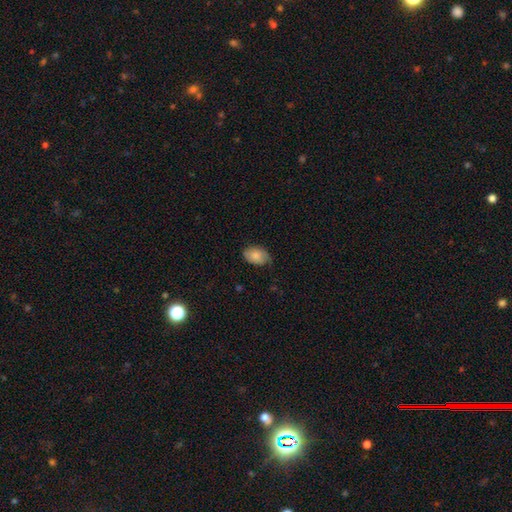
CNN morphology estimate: Smooth or featured? smooth (80%)
How rounded? in between (87%)
Merging? none (70%)